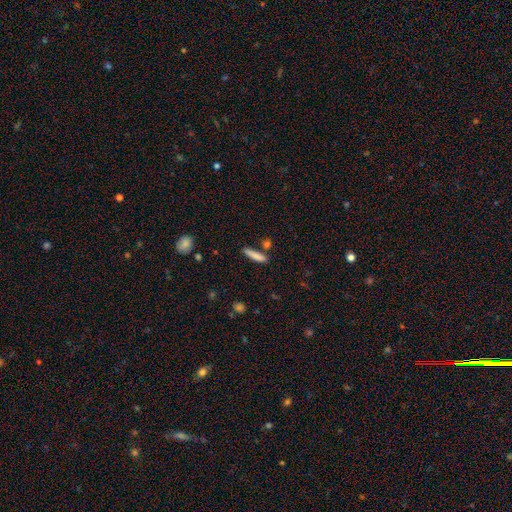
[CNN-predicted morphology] Smooth or featured? smooth (80%)
How rounded? cigar-shaped (87%)
Merging? none (77%)